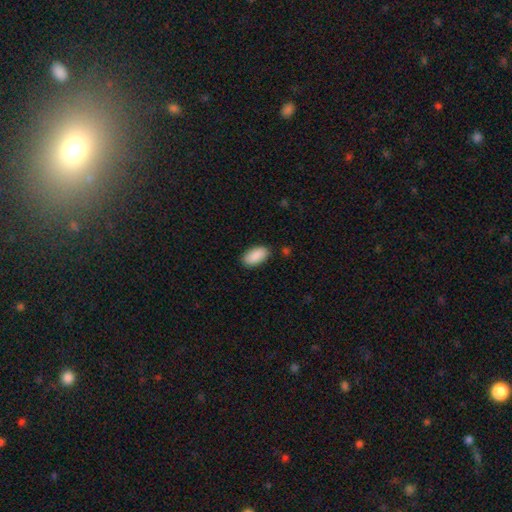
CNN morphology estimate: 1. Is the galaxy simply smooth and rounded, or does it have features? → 90% smooth, 6% star or artifact, 4% featured or disk.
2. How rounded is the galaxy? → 94% in between, 4% cigar-shaped, 2% round.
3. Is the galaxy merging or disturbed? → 87% none, 10% minor disturbance, 2% major disturbance, 1% merger.